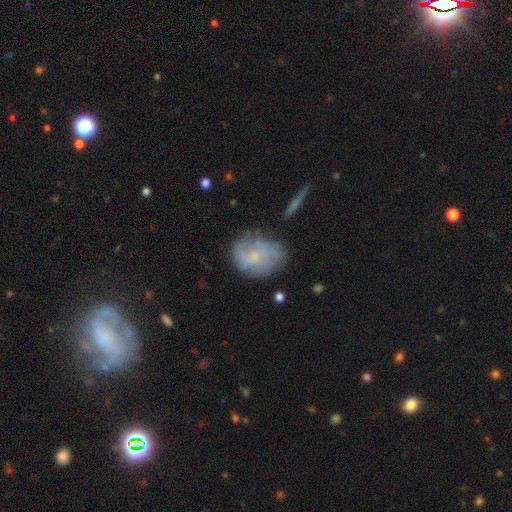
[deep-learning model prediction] Smooth or featured?
  - featured or disk: 49% *
  - smooth: 41%
  - star or artifact: 9%
Merging?
  - none: 63% *
  - minor disturbance: 24%
  - major disturbance: 10%
  - merger: 3%